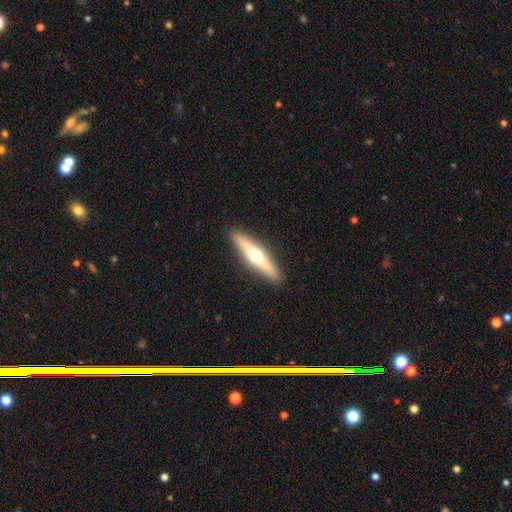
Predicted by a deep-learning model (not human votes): A featured or disk galaxy (57%) viewed edge-on (94%) with a rounded central bulge (95%). Merging: none (91%).